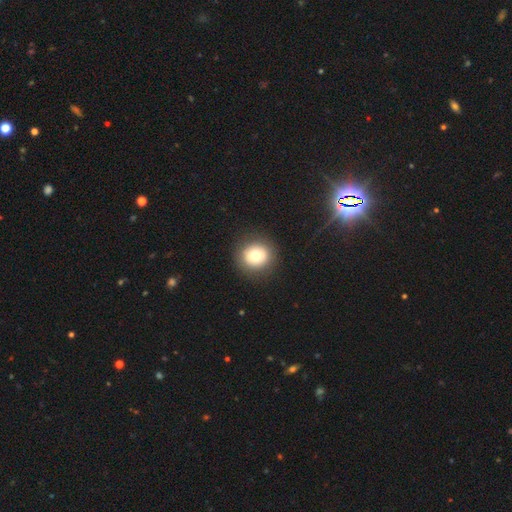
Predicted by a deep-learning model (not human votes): smooth-or-featured: smooth: 73% | featured or disk: 16% | star or artifact: 11%
  how-rounded: round: 92% | in between: 7% | cigar-shaped: 1%
  merging: none: 90% | minor disturbance: 6% | major disturbance: 3% | merger: 1%